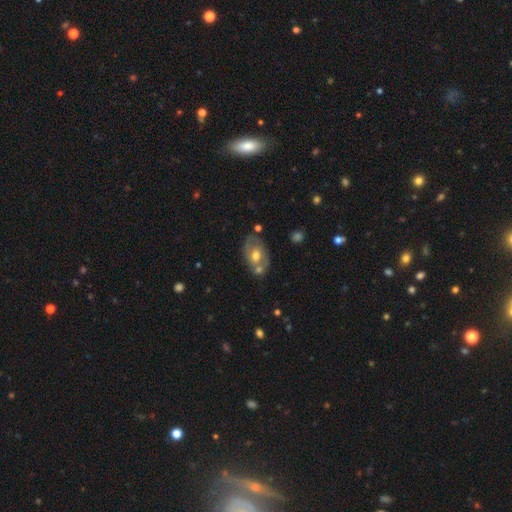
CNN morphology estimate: This is possibly a featured or disk galaxy (49%). Merging: possibly none (55%).